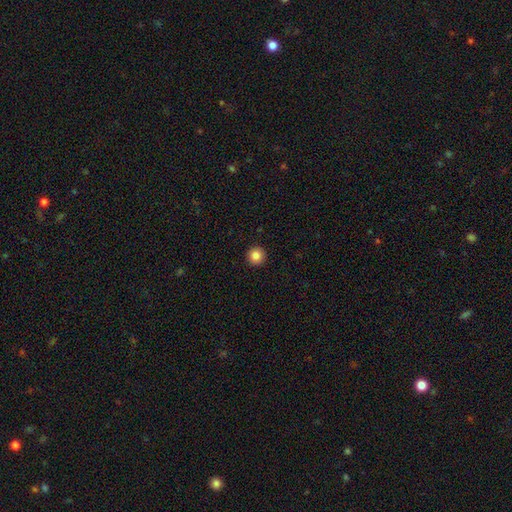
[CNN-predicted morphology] smooth 85%, star or artifact 10%, featured or disk 5%. Down the decision tree: how rounded — round (96%); merging — none (94%).